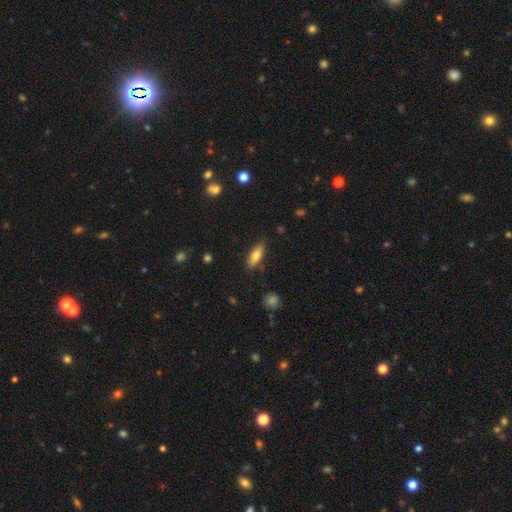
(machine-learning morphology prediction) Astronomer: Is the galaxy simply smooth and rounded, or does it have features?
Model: smooth — 76%.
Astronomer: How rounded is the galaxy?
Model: in between — 62%.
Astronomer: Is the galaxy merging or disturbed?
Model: none — 83%.